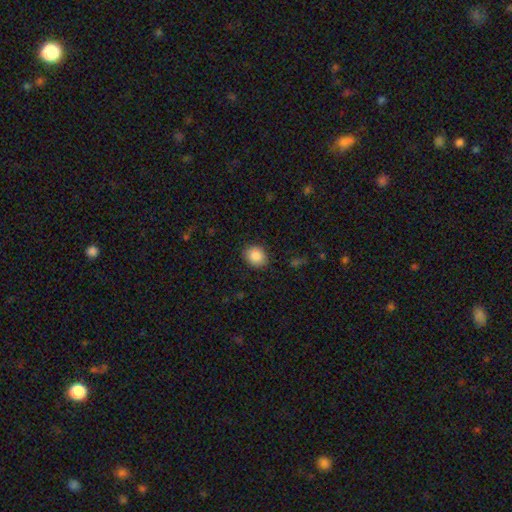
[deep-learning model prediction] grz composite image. It shows a smooth galaxy with no disk features (87%) that is round (59%). Merging: none (86%).